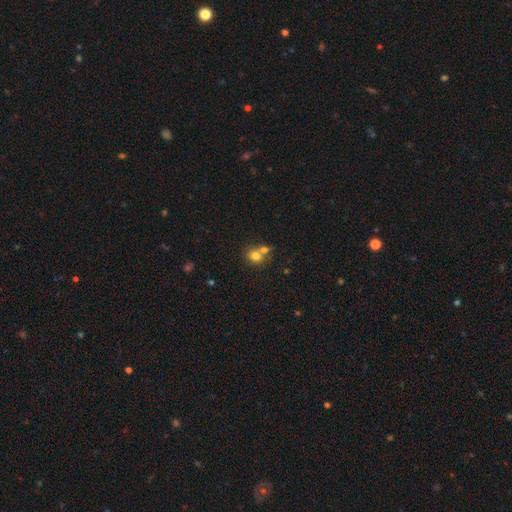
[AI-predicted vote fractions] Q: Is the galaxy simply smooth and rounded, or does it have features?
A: smooth — 77%.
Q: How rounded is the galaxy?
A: round — 63%.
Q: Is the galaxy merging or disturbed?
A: merger — 45%.